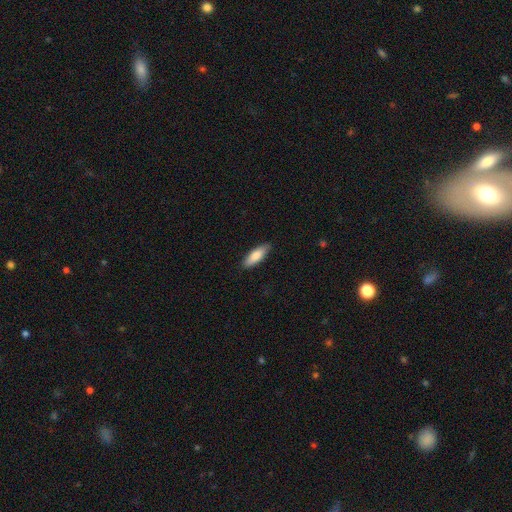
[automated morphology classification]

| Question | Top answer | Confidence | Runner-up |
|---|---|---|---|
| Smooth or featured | smooth | 83% | featured or disk (12%) |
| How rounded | in between | 58% | cigar-shaped (40%) |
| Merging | none | 88% | minor disturbance (10%) |